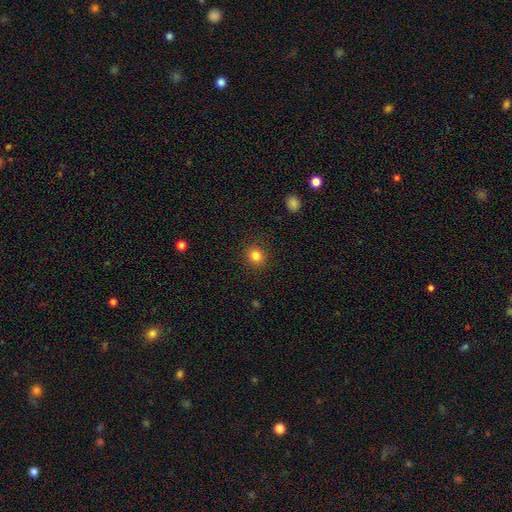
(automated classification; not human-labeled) This appears to be a smooth galaxy with no disk features (83%) that is round (84%). Merging: none (91%).